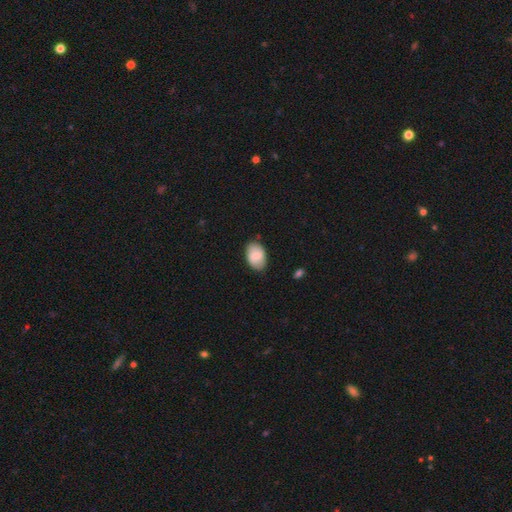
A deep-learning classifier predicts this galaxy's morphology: Smooth or featured: smooth — 72% (featured or disk — 21%)
How rounded: in between — 88% (round — 11%)
Merging: none — 81% (minor disturbance — 15%)